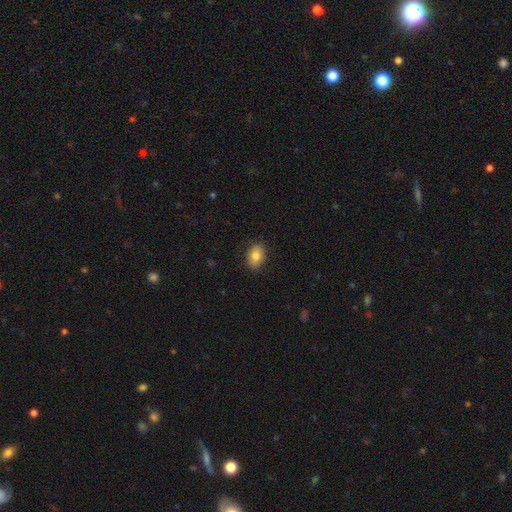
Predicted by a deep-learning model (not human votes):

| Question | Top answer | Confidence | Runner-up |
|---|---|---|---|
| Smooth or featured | smooth | 83% | featured or disk (9%) |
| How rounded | in between | 79% | round (20%) |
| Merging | none | 87% | minor disturbance (10%) |